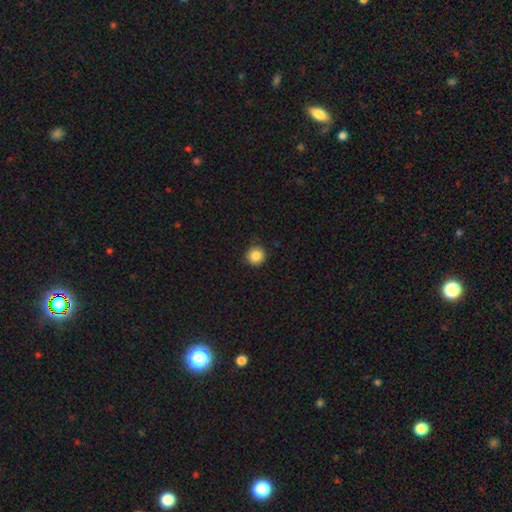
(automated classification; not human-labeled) Smooth or featured?
  - smooth: 86% *
  - star or artifact: 10%
  - featured or disk: 4%
How rounded?
  - round: 95% *
  - in between: 5%
  - cigar-shaped: 1%
Merging?
  - none: 89% *
  - minor disturbance: 8%
  - major disturbance: 2%
  - merger: 1%